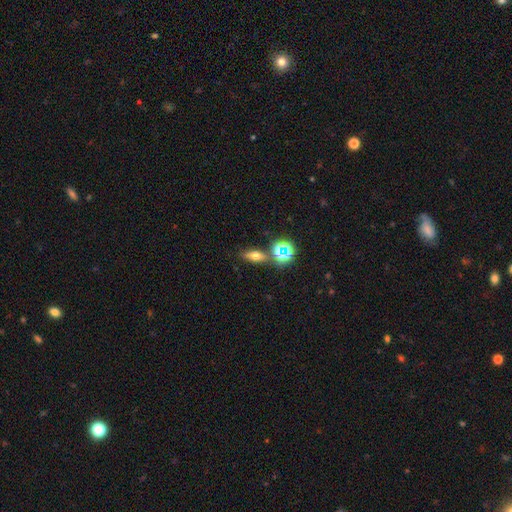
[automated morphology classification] smooth-or-featured: smooth: 50% | featured or disk: 28% | star or artifact: 22%
  how-rounded: in between: 55% | cigar-shaped: 26% | round: 18%
  merging: none: 76% | minor disturbance: 10% | merger: 10% | major disturbance: 4%